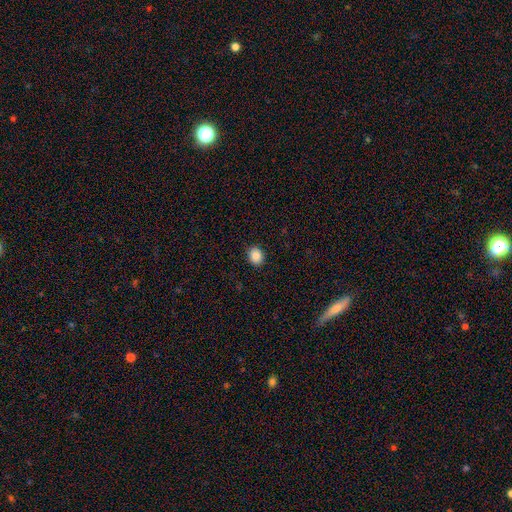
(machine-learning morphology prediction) Smooth or featured?
  - smooth: 87% *
  - star or artifact: 9%
  - featured or disk: 4%
How rounded?
  - round: 56% *
  - in between: 43%
  - cigar-shaped: 1%
Merging?
  - none: 90% *
  - minor disturbance: 7%
  - major disturbance: 2%
  - merger: 1%